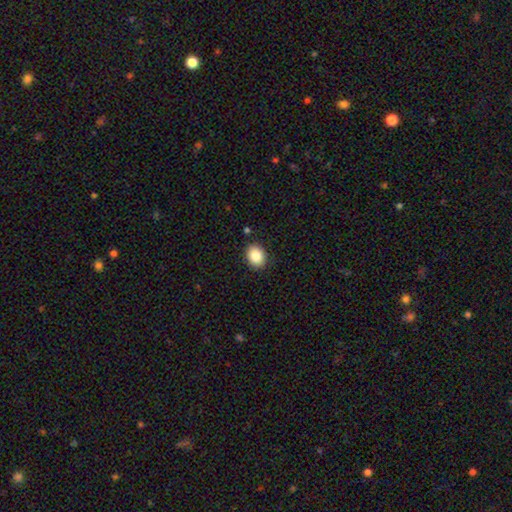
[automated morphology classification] Smooth or featured: smooth — 85% (star or artifact — 9%)
How rounded: round — 50% (in between — 49%)
Merging: none — 88% (minor disturbance — 9%)